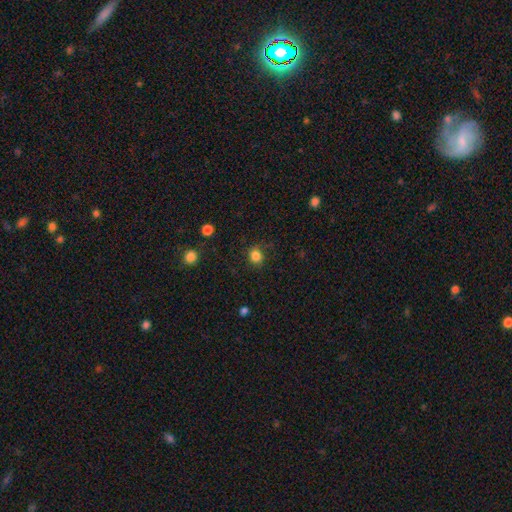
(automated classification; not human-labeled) Overall: smooth (84%). How rounded: round (78%). Merging: none (78%).